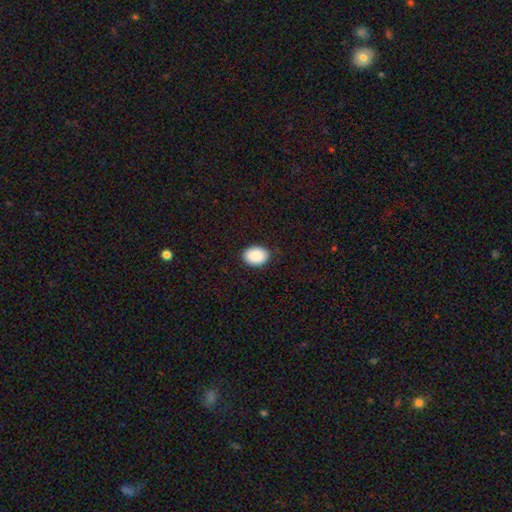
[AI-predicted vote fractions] Smooth or featured: smooth — 90% (star or artifact — 7%)
How rounded: in between — 73% (round — 26%)
Merging: none — 87% (minor disturbance — 10%)